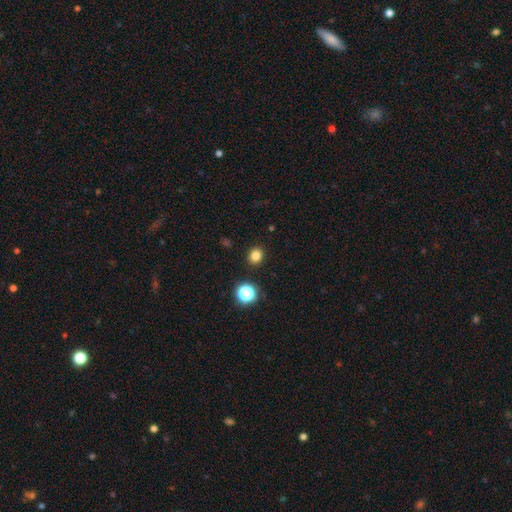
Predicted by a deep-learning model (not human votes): Overall: smooth (81%). How rounded: round (76%). Merging: none (90%).